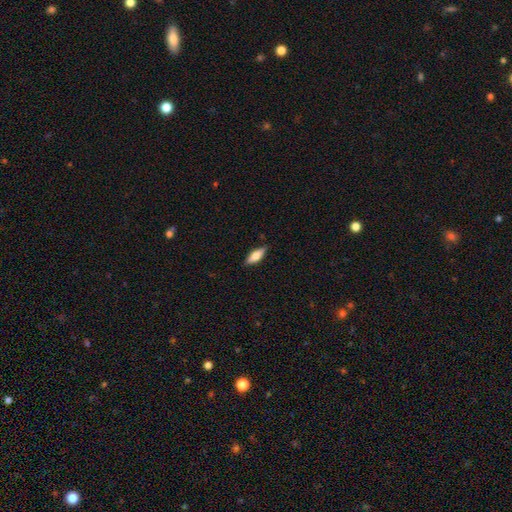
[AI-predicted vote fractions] Overall: smooth (65%; featured or disk 29%). How rounded: in between (59%; cigar-shaped 39%). Merging: none (86%).